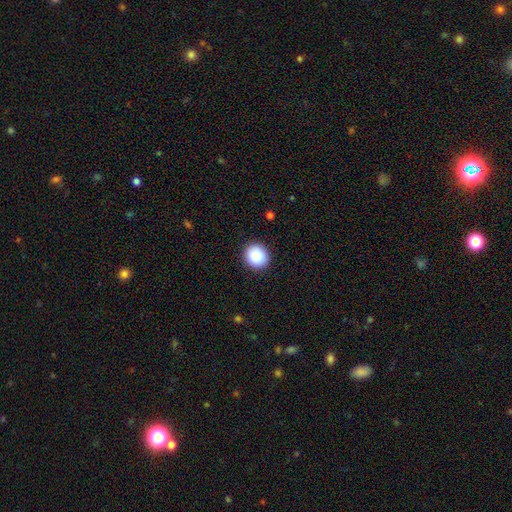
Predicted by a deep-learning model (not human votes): smooth 87%, star or artifact 8%, featured or disk 5%. Down the decision tree: how rounded — round (89%); merging — none (92%).